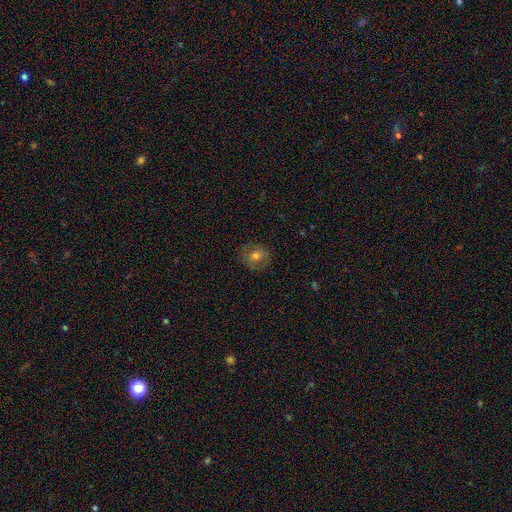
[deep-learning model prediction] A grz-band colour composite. It shows a smooth galaxy with no disk features (63%) that is round (80%). Merging: none (84%).